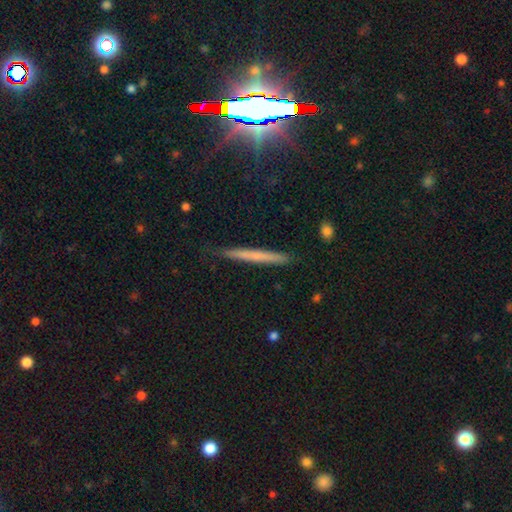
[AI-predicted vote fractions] Smooth or featured? smooth (54%)
How rounded? cigar-shaped (96%)
Merging? none (87%)